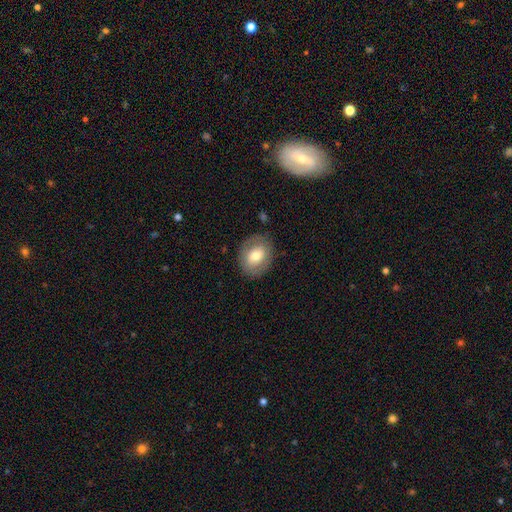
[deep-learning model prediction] Overall: smooth (62%; featured or disk 31%). How rounded: round (52%; in between 47%). Merging: none (82%).